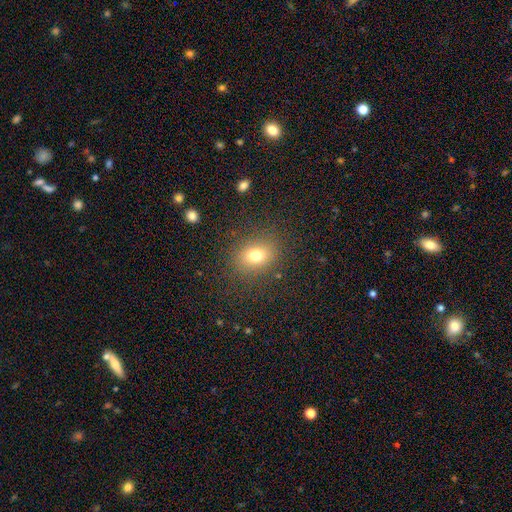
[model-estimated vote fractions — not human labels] smooth 75%, star or artifact 14%, featured or disk 11%. Down the decision tree: how rounded — round (50%); merging — none (84%).